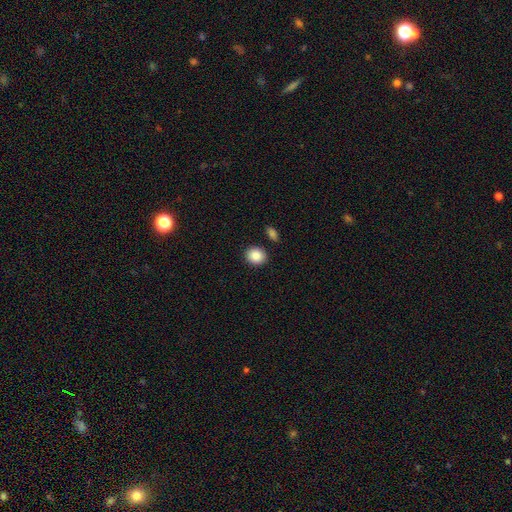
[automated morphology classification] smooth 88%, star or artifact 8%, featured or disk 4%. Down the decision tree: how rounded — round (74%); merging — none (87%).